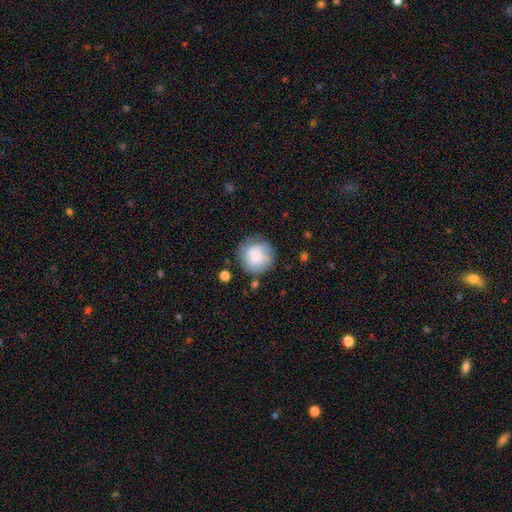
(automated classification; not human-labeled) Smooth or featured? Predicted: smooth (p=0.76). How rounded? Predicted: round (p=0.93). Merging? Predicted: none (p=0.72).